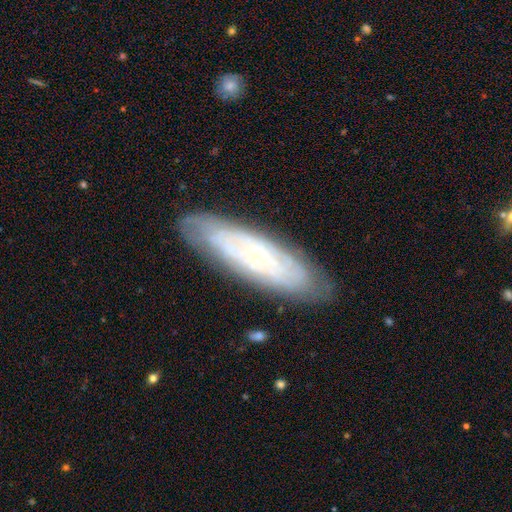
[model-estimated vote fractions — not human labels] Q: Smooth or featured?
A: featured or disk (67%); runner-up: smooth (26%)
Q: Edge-on disk?
A: no (75%); runner-up: yes (25%)
Q: Bar?
A: no (79%); runner-up: weak (16%)
Q: Spiral arms?
A: yes (80%); runner-up: no (20%)
Q: Bulge size?
A: small (84%); runner-up: moderate (10%)
Q: Merging?
A: none (82%); runner-up: minor disturbance (14%)